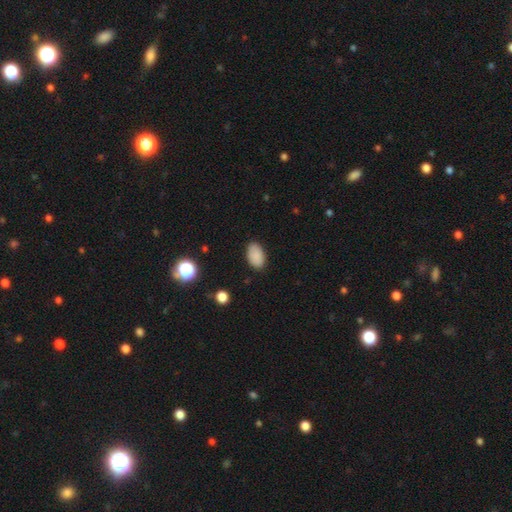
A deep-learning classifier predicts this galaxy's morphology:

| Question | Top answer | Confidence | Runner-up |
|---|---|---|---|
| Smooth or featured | smooth | 87% | star or artifact (8%) |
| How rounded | in between | 93% | round (6%) |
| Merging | none | 85% | minor disturbance (11%) |